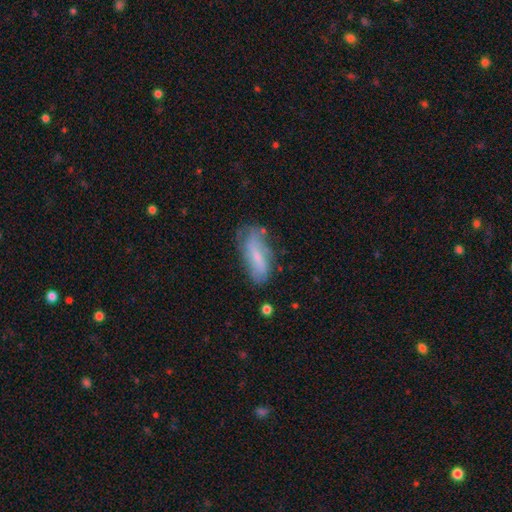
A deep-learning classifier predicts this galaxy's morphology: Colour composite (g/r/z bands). It shows a smooth galaxy with no disk features (54%) that is in between round and cigar-shaped (70%). Merging: none (56%).